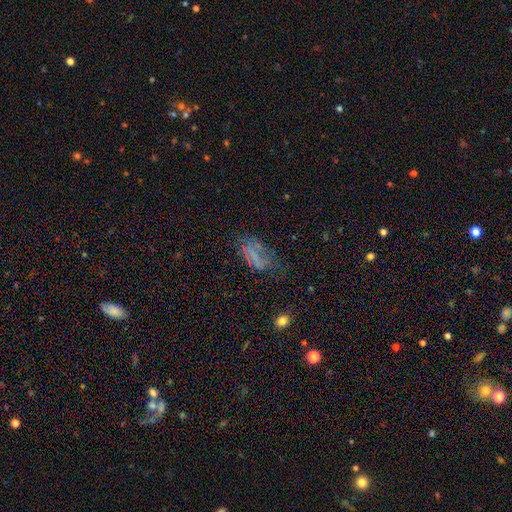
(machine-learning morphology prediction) This is possibly a smooth galaxy (47%). Merging: possibly none (47%).